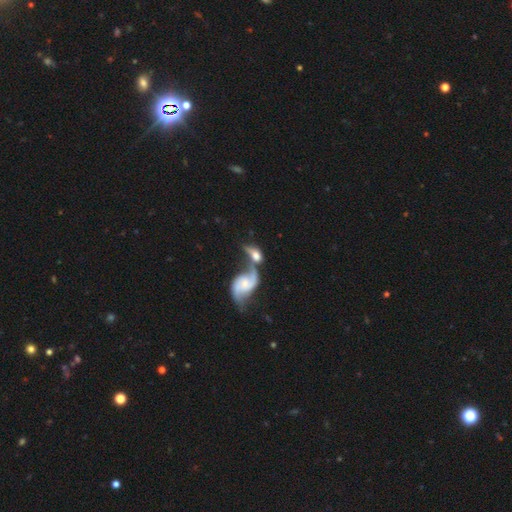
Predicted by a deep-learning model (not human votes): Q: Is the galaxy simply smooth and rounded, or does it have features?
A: featured or disk — 66%.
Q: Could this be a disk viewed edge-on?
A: no — 90%.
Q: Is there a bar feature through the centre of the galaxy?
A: no — 59%.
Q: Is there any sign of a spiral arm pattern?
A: yes — 85%.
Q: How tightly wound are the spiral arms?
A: loose — 76%.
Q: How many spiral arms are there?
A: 2 — 87%.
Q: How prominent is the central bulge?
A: small — 50%.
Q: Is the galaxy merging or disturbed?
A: merger — 63%.